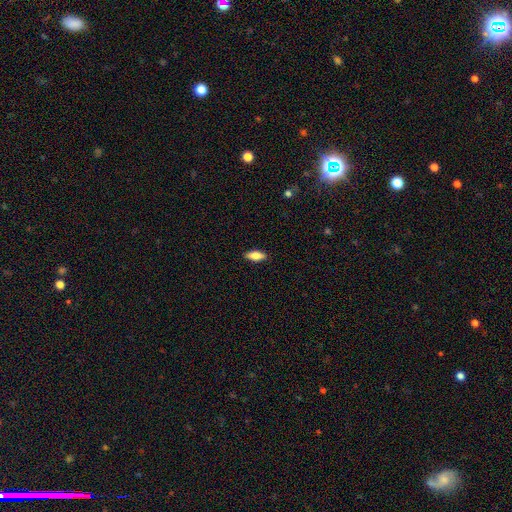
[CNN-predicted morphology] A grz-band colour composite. It shows a smooth galaxy with no disk features (75%) that is in between round and cigar-shaped (77%). Merging: none (88%).